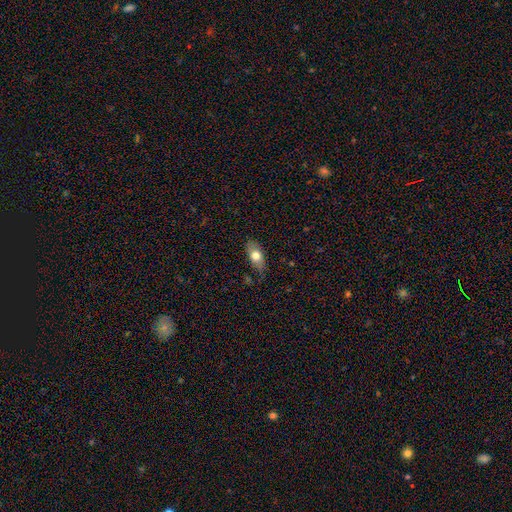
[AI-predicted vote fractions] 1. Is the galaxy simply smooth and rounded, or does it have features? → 71% smooth, 22% featured or disk, 7% star or artifact.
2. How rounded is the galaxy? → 87% in between, 7% cigar-shaped, 6% round.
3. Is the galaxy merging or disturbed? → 73% none, 21% minor disturbance, 4% major disturbance, 2% merger.